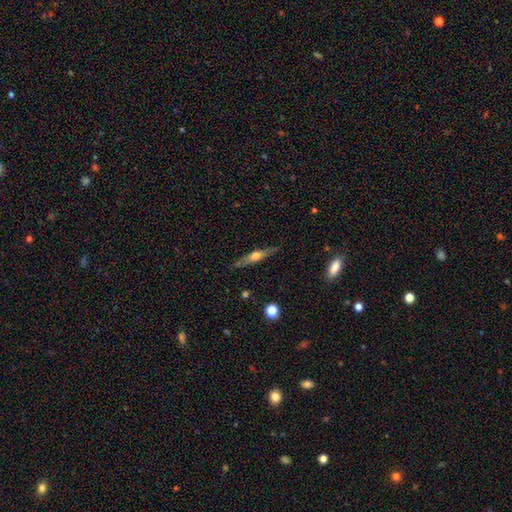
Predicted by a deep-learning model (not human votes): Q: Smooth or featured?
A: featured or disk (65%); runner-up: smooth (29%)
Q: Edge-on disk?
A: yes (96%); runner-up: no (4%)
Q: Edge-on bulge?
A: rounded (87%); runner-up: boxy (7%)
Q: Merging?
A: none (87%); runner-up: minor disturbance (10%)